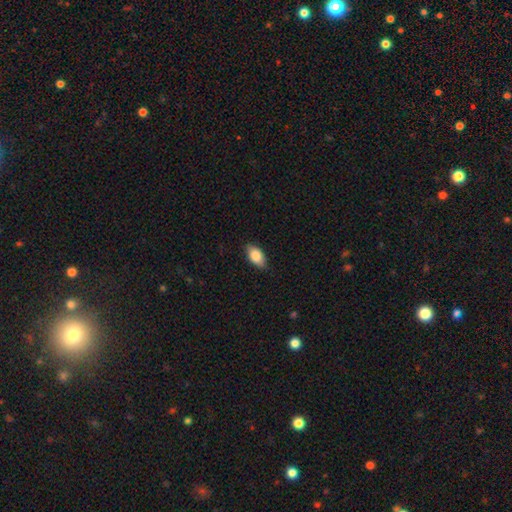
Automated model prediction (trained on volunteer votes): Smooth or featured?
  - smooth: 85% *
  - featured or disk: 9%
  - star or artifact: 7%
How rounded?
  - in between: 91% *
  - round: 5%
  - cigar-shaped: 4%
Merging?
  - none: 84% *
  - minor disturbance: 13%
  - major disturbance: 2%
  - merger: 1%